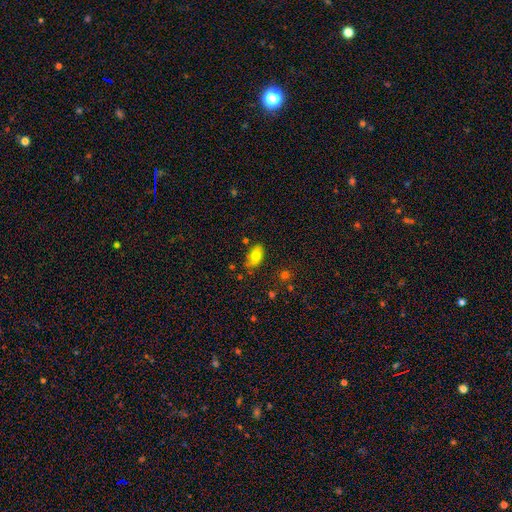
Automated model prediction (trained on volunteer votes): smooth-or-featured: smooth: 74% | featured or disk: 18% | star or artifact: 9%
  how-rounded: in between: 90% | round: 6% | cigar-shaped: 3%
  merging: none: 68% | minor disturbance: 23% | major disturbance: 5% | merger: 3%